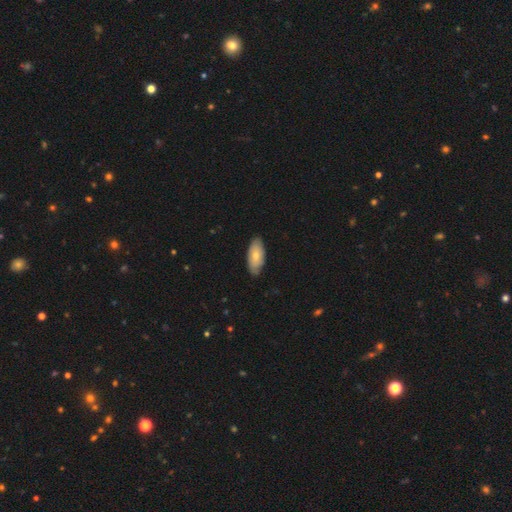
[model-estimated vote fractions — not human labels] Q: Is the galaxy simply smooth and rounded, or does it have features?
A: smooth — 70%.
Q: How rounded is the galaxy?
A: in between — 90%.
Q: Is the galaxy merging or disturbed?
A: none — 79%.